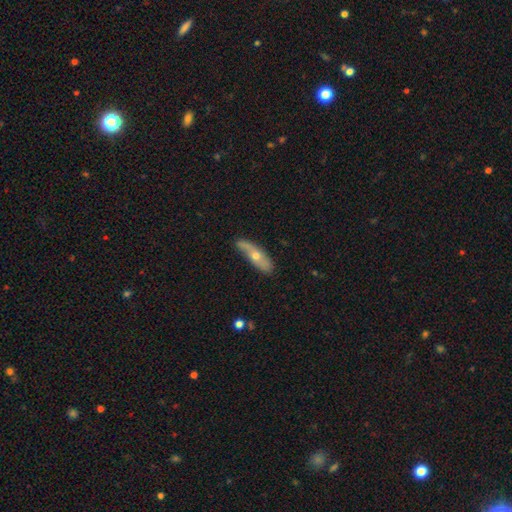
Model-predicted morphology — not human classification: The model was most divided on "smooth or featured": featured or disk: 49%, smooth: 45%, star or artifact: 6%. More confident: merging — none (67%).